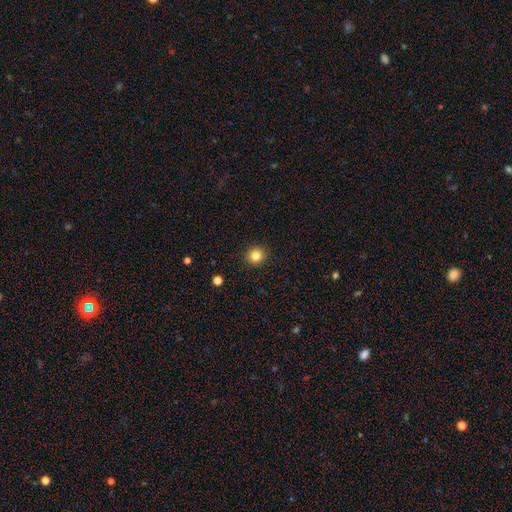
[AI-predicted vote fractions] Smooth or featured? smooth (83%)
How rounded? round (91%)
Merging? none (93%)